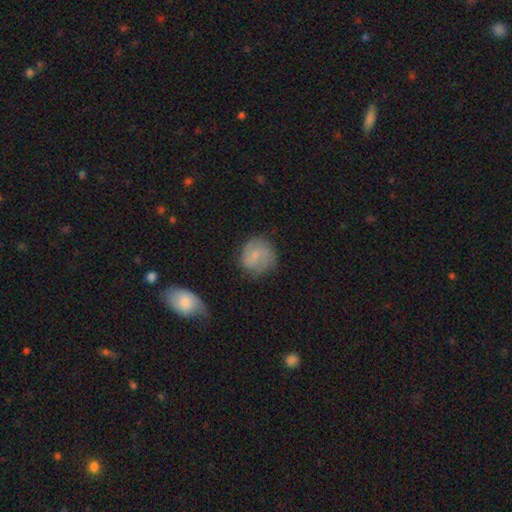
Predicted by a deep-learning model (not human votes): smooth 60%, featured or disk 32%, star or artifact 8%. Down the decision tree: how rounded — round (84%); merging — none (64%).